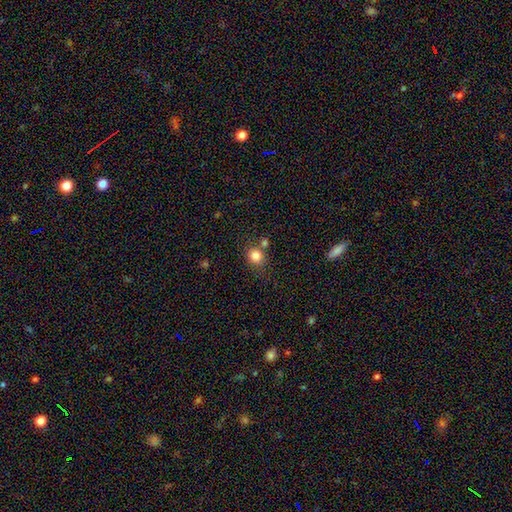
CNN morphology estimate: The model was most divided on "merging": none: 66%, merger: 18%, minor disturbance: 12%, major disturbance: 4%. More confident: smooth or featured — smooth (82%); how rounded — round (76%).